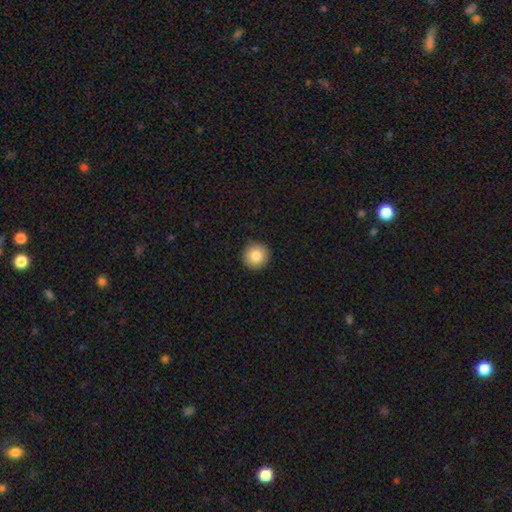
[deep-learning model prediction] Smooth or featured?
  - smooth: 85% *
  - star or artifact: 9%
  - featured or disk: 7%
How rounded?
  - round: 95% *
  - in between: 5%
  - cigar-shaped: 1%
Merging?
  - none: 90% *
  - minor disturbance: 7%
  - major disturbance: 2%
  - merger: 1%